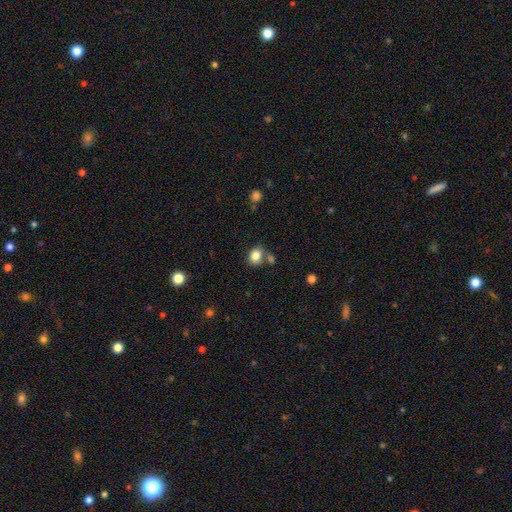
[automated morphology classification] A smooth galaxy with no disk features (83%) that is round (50%).

Vote fractions:
- Smooth or featured? smooth: 83% / star or artifact: 10% / featured or disk: 7%
- How rounded? round: 50% / in between: 49% / cigar-shaped: 1%
- Merging? none: 64% / merger: 18% / minor disturbance: 14% / major disturbance: 4%